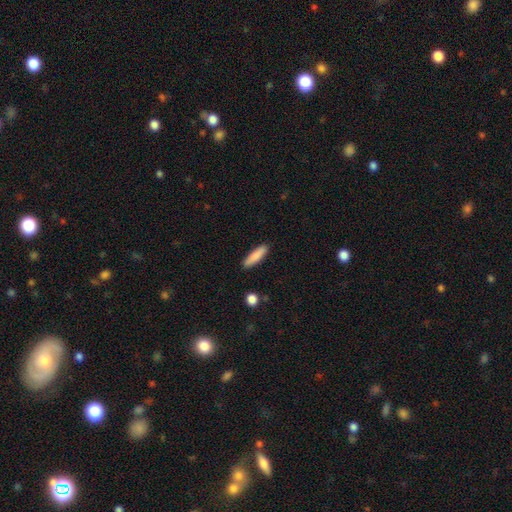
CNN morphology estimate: Smooth or featured: smooth — 84% (featured or disk — 10%)
How rounded: cigar-shaped — 68% (in between — 30%)
Merging: none — 89% (minor disturbance — 8%)